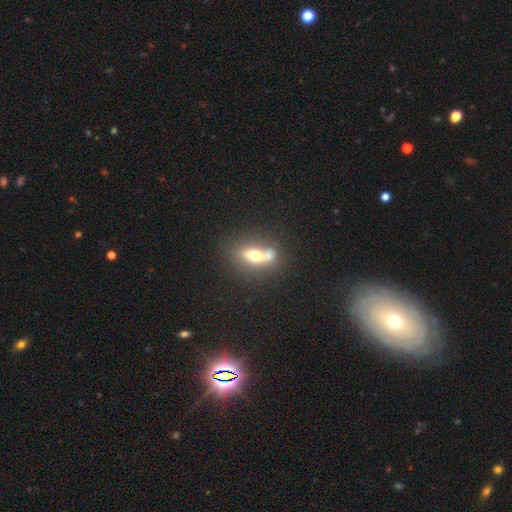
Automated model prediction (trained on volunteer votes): Smooth or featured? Predicted: smooth (p=0.54). How rounded? Predicted: in between (p=0.63). Merging? Predicted: merger (p=0.41).